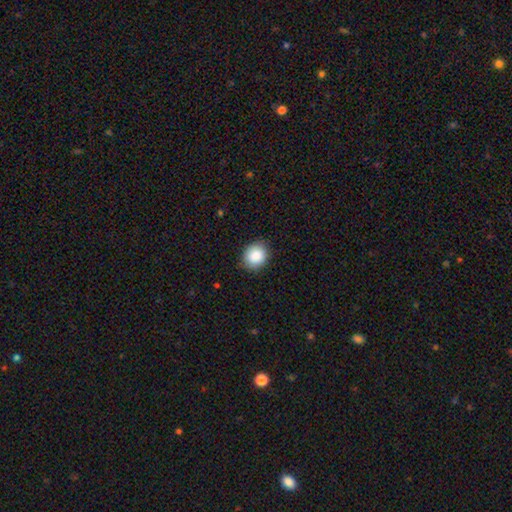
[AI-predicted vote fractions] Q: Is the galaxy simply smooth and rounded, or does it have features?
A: smooth — 87%.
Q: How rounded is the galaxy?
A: round — 62%.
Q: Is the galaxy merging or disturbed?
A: none — 86%.